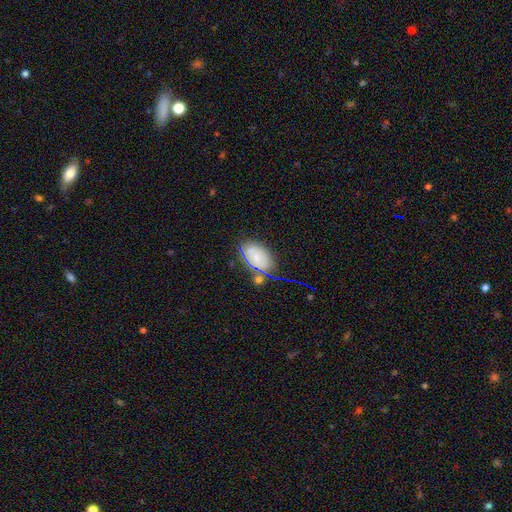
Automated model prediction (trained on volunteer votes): Smooth or featured? Predicted: smooth (p=0.45). Merging? Predicted: none (p=0.58).